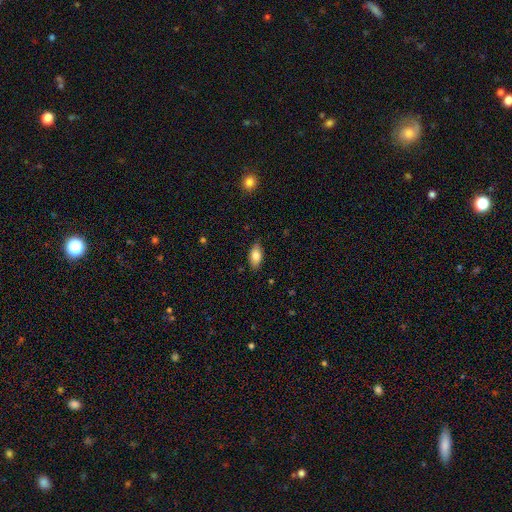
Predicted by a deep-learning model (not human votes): Smooth or featured: smooth — 82% (featured or disk — 11%)
How rounded: in between — 91% (cigar-shaped — 6%)
Merging: none — 84% (minor disturbance — 13%)